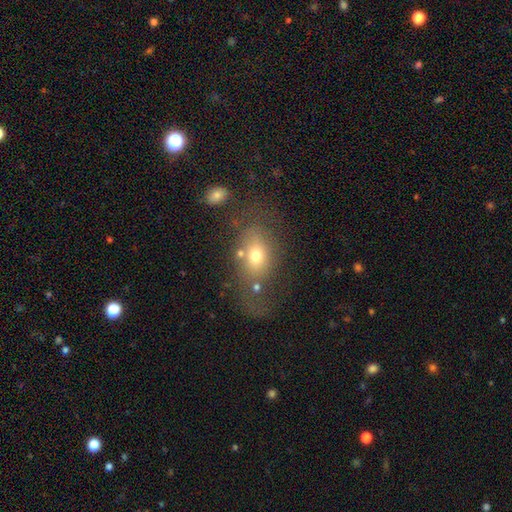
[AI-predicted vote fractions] Smooth or featured? Predicted: smooth (p=0.63). How rounded? Predicted: in between (p=0.75). Merging? Predicted: none (p=0.41).